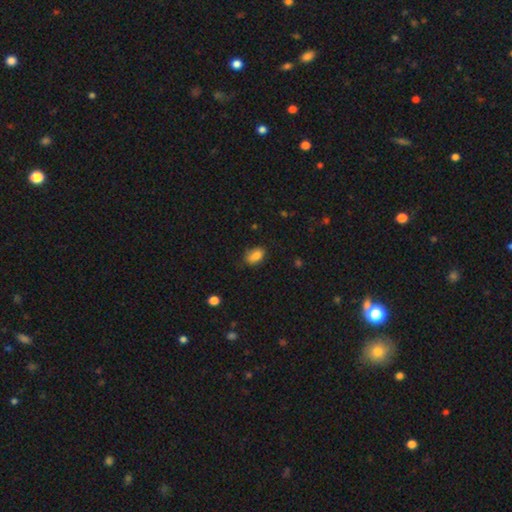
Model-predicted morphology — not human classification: The model was most divided on "merging": none: 69%, minor disturbance: 24%, major disturbance: 5%, merger: 2%. More confident: how rounded — in between (86%); smooth or featured — smooth (85%).